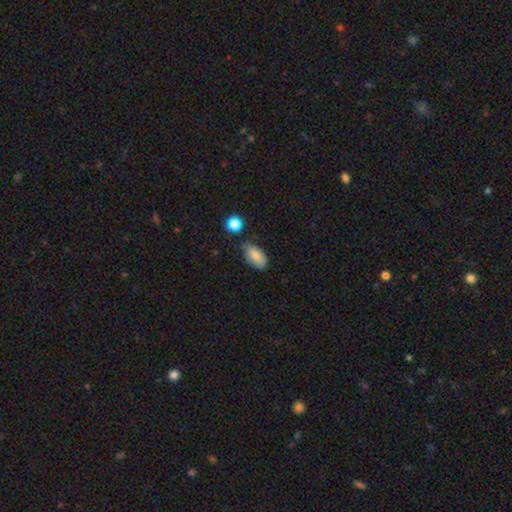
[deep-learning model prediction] A smooth galaxy with no disk features (83%) that is in between round and cigar-shaped (92%). Merging: none (67%).